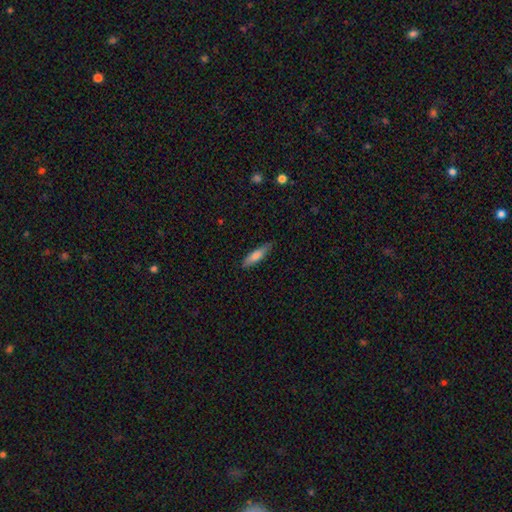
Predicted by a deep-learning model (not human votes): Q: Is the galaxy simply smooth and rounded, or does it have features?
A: smooth — 75%.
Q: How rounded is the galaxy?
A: cigar-shaped — 70%.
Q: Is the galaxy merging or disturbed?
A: none — 84%.